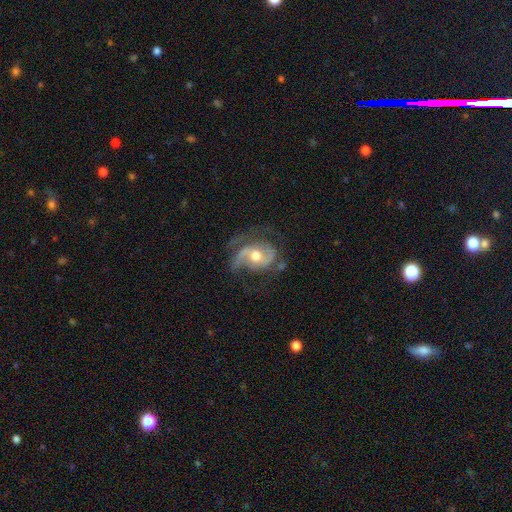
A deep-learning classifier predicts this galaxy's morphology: smooth_or_featured: featured or disk (p=0.83) [alt: smooth p=0.11]
disk_edge_on: no (p=0.97) [alt: yes p=0.03]
bar: no (p=0.53) [alt: weak p=0.35]
has_spiral_arms: yes (p=0.93) [alt: no p=0.07]
spiral_winding: medium (p=0.47) [alt: loose p=0.33]
spiral_arm_count: 2 (p=0.70) [alt: 1 p=0.13]
bulge_size: moderate (p=0.75) [alt: small p=0.14]
merging: none (p=0.55) [alt: minor disturbance p=0.22]